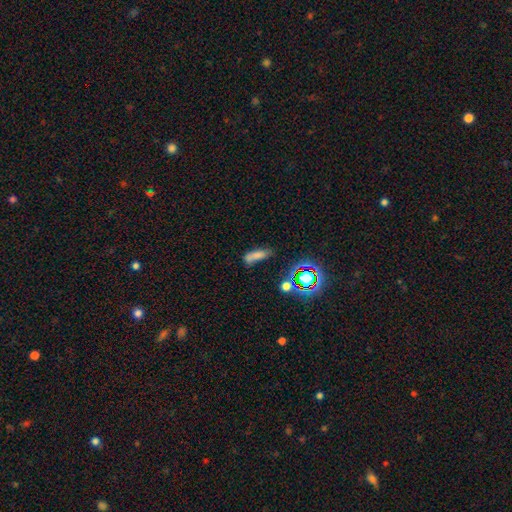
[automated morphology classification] type=smooth (68%); roundness=in between (50%); merging=none (47%).